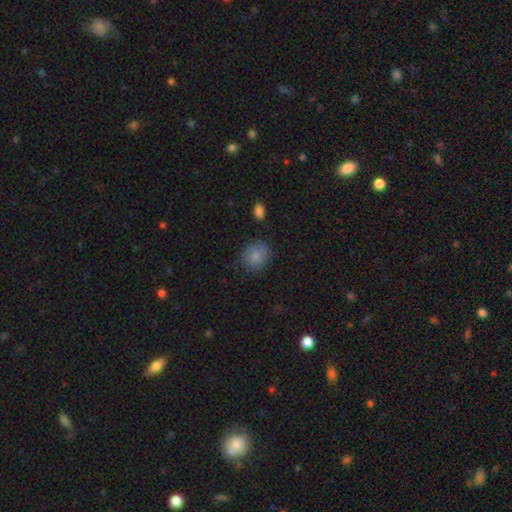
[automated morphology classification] Smooth or featured?
  - smooth: 84% *
  - star or artifact: 8%
  - featured or disk: 7%
How rounded?
  - round: 76% *
  - in between: 23%
  - cigar-shaped: 1%
Merging?
  - none: 76% *
  - minor disturbance: 17%
  - major disturbance: 5%
  - merger: 2%